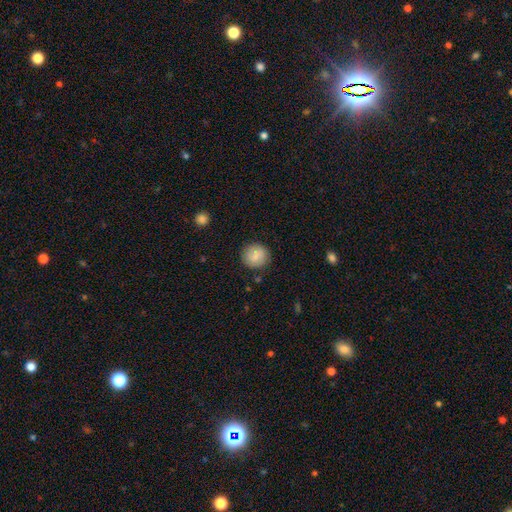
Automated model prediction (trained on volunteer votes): This is likely a smooth galaxy (74%). How rounded: clearly round (89%). Merging: clearly none (86%).